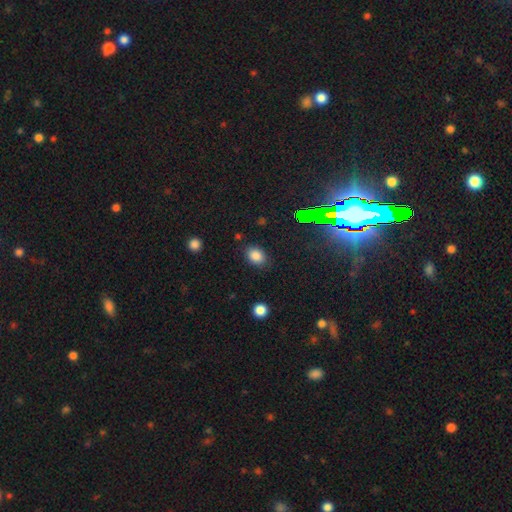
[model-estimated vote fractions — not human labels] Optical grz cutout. It shows a smooth galaxy with no disk features (82%) that is in between round and cigar-shaped (67%). Merging: none (82%).